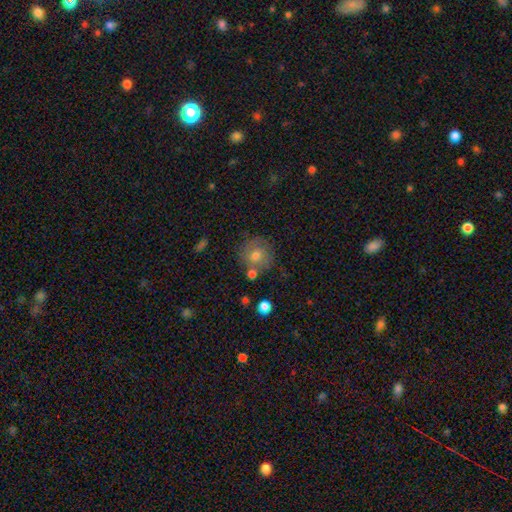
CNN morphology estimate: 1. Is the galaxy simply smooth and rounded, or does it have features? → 73% smooth, 17% featured or disk, 10% star or artifact.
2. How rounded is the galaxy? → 90% round, 9% in between, 1% cigar-shaped.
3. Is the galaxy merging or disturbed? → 73% none, 13% minor disturbance, 10% merger, 4% major disturbance.